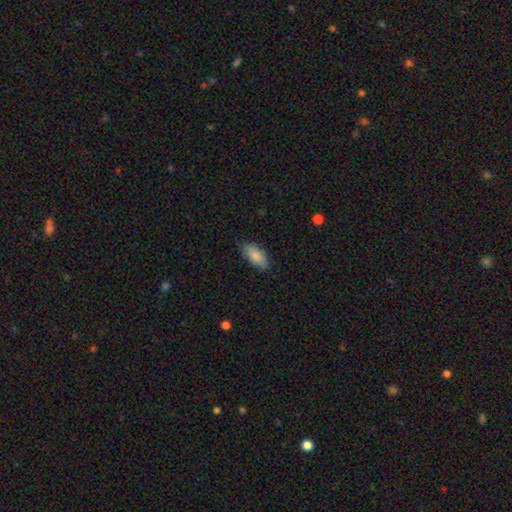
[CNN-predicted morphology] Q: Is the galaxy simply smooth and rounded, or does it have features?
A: smooth — 86%.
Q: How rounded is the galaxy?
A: in between — 89%.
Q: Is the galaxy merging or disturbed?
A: none — 83%.